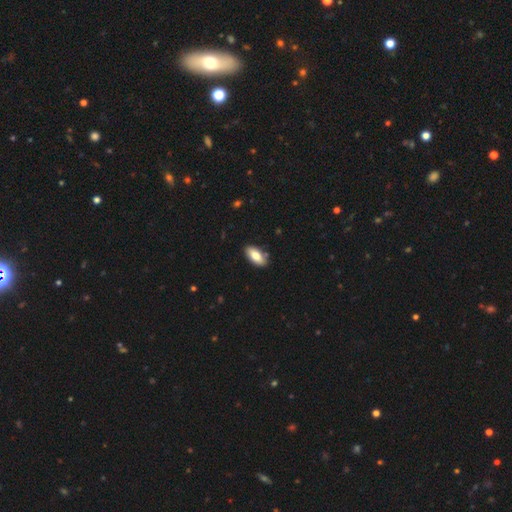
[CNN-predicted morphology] A smooth galaxy with no disk features (80%) that is in between round and cigar-shaped (90%). Merging: none (86%).